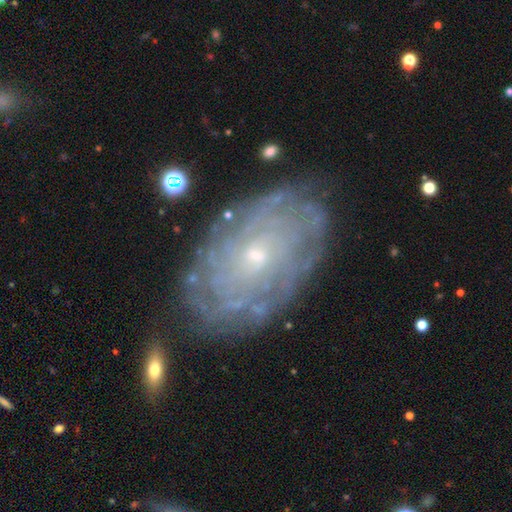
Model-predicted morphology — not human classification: Q: Smooth or featured?
A: featured or disk (80%); runner-up: smooth (13%)
Q: Edge-on disk?
A: no (95%); runner-up: yes (5%)
Q: Bar?
A: no (82%); runner-up: weak (15%)
Q: Spiral arms?
A: yes (87%); runner-up: no (13%)
Q: Spiral winding?
A: tight (79%); runner-up: medium (16%)
Q: Spiral arm count?
A: can't tell (51%); runner-up: more than 4 (17%)
Q: Bulge size?
A: small (78%); runner-up: moderate (19%)
Q: Merging?
A: none (79%); runner-up: minor disturbance (14%)